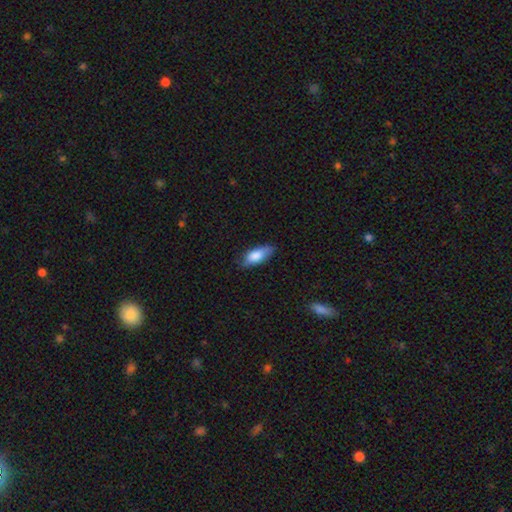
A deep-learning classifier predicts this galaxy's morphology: Smooth or featured: smooth — 81% (featured or disk — 13%)
How rounded: in between — 78% (cigar-shaped — 20%)
Merging: none — 72% (minor disturbance — 23%)